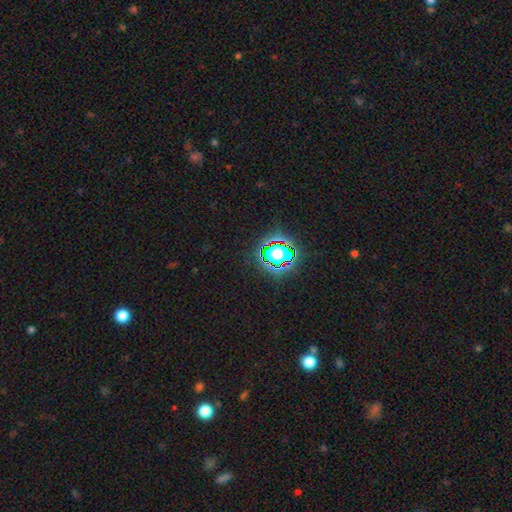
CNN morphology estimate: smooth-or-featured: star or artifact: 81% | smooth: 12% | featured or disk: 7%